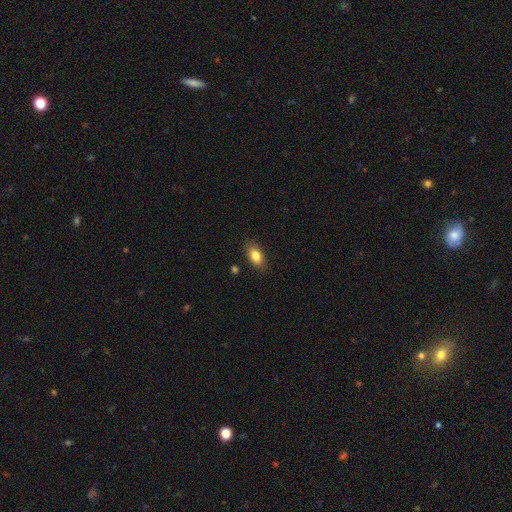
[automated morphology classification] smooth_or_featured: smooth (p=0.83) [alt: featured or disk p=0.09]
how_rounded: in between (p=0.89) [alt: round p=0.07]
merging: none (p=0.84) [alt: minor disturbance p=0.11]